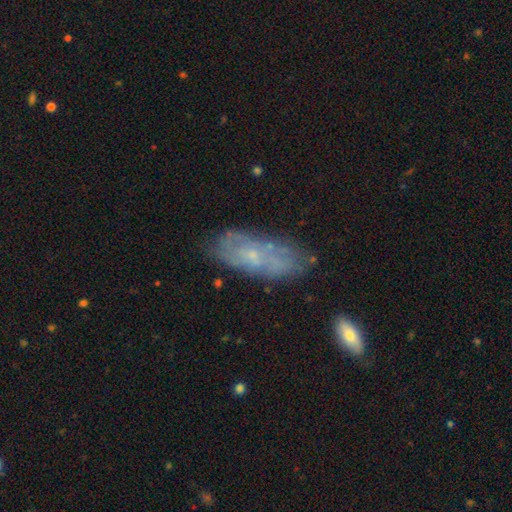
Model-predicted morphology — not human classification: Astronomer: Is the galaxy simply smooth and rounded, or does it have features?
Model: featured or disk — 57% (runner-up: smooth, 34%).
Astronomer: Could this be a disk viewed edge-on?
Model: no — 88%.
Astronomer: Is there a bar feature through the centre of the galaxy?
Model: no — 80%.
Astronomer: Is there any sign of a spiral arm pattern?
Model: yes — 56% (runner-up: no, 44%).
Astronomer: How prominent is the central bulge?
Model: small — 72%.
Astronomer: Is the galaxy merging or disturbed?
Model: none — 65%.